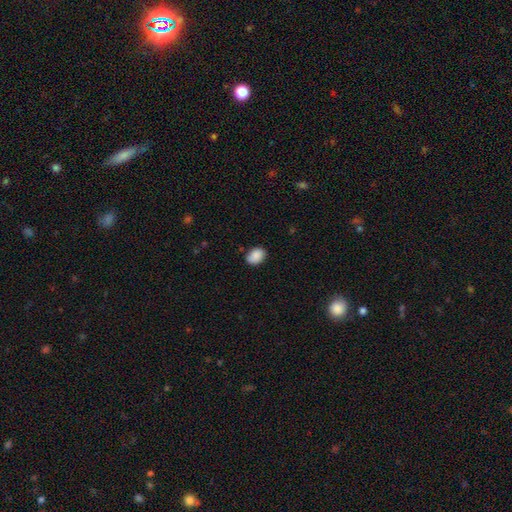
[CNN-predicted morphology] smooth 89%, star or artifact 7%, featured or disk 4%. Down the decision tree: how rounded — in between (75%); merging — none (81%).